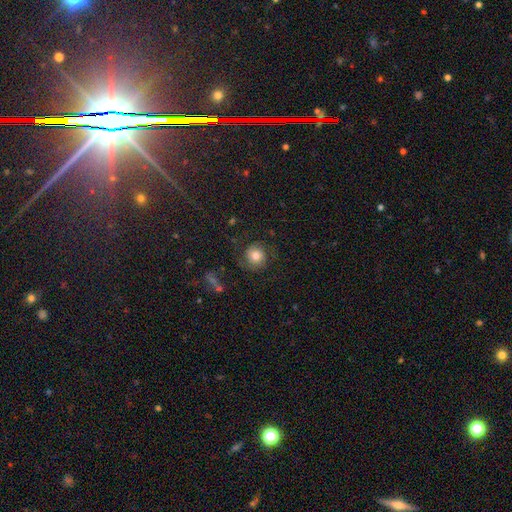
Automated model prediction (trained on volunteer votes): Smooth or featured? smooth (51%)
How rounded? round (88%)
Merging? none (76%)